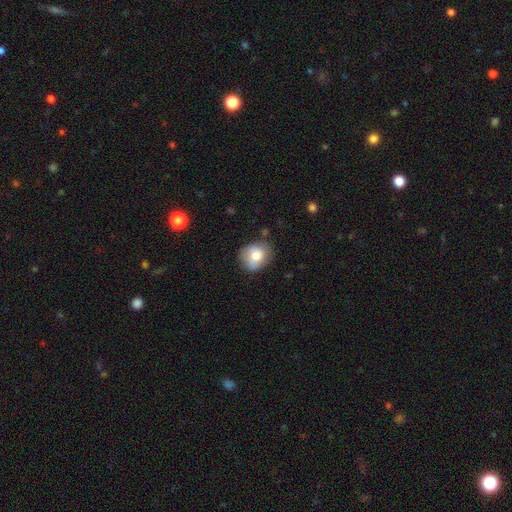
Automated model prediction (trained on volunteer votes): A smooth galaxy with no disk features (75%) that is round (64%).

Vote fractions:
- Smooth or featured? smooth: 75% / featured or disk: 17% / star or artifact: 8%
- How rounded? round: 64% / in between: 36% / cigar-shaped: 1%
- Merging? none: 69% / minor disturbance: 23% / major disturbance: 6% / merger: 3%